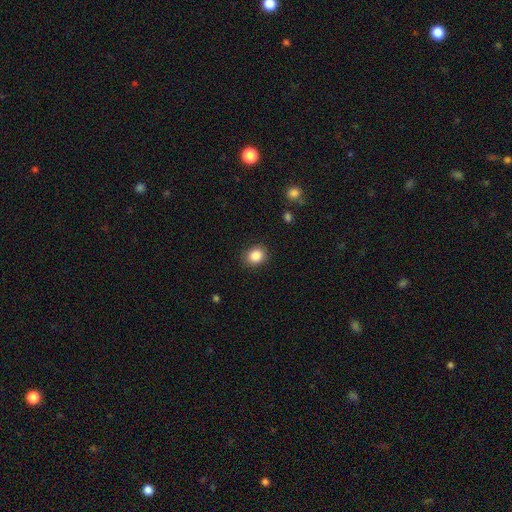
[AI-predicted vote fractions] Smooth or featured: smooth — 87% (star or artifact — 9%)
How rounded: round — 65% (in between — 34%)
Merging: none — 88% (minor disturbance — 8%)